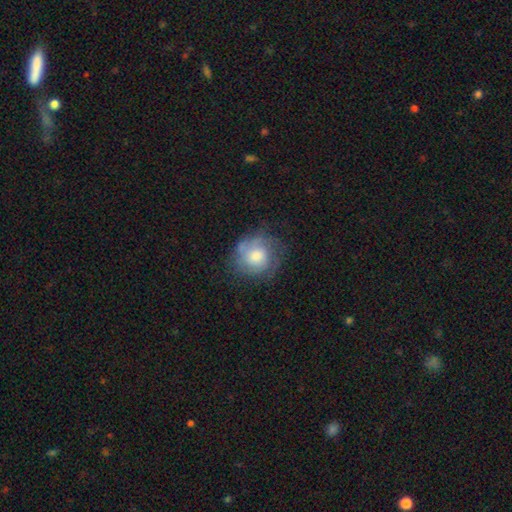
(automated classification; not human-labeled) The model was most divided on "smooth or featured": smooth: 55%, featured or disk: 37%, star or artifact: 8%. More confident: how rounded — round (85%); merging — none (64%).